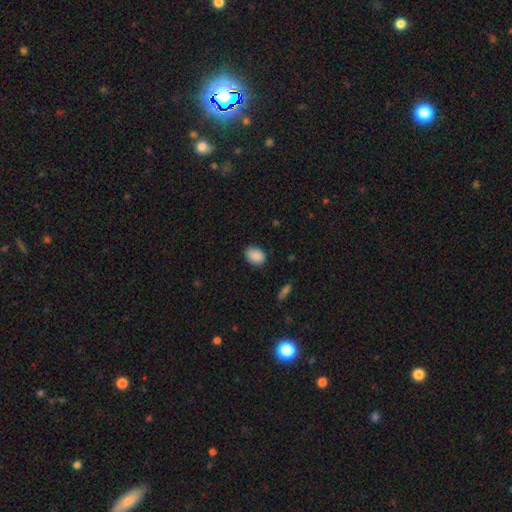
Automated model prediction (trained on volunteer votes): Overall: smooth (89%). How rounded: in between (69%; round 30%). Merging: none (85%).